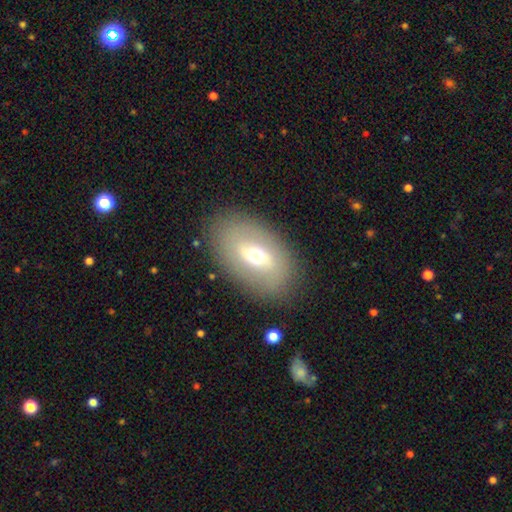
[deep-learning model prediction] Morphology: type=smooth (45%, tied with featured or disk); merging=none (83%).